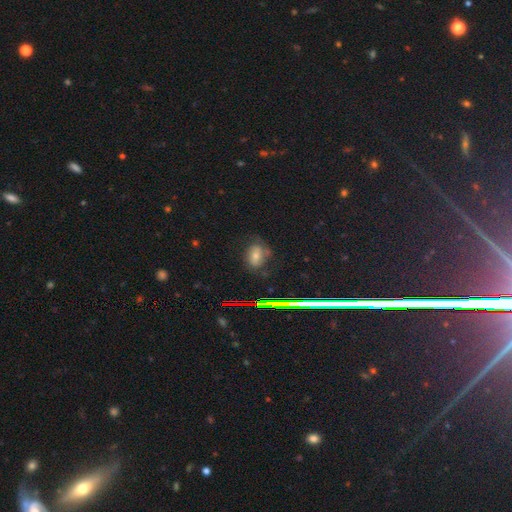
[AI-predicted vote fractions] A smooth galaxy with no disk features (47%).

Vote fractions:
- Smooth or featured? smooth: 47% / star or artifact: 29% / featured or disk: 23%
- Merging? none: 70% / minor disturbance: 20% / major disturbance: 8% / merger: 2%